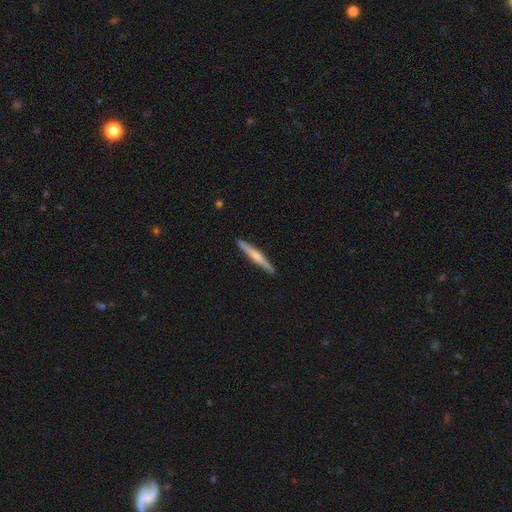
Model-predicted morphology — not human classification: smooth_or_featured: featured or disk (p=0.54) [alt: smooth p=0.41]
disk_edge_on: yes (p=0.98) [alt: no p=0.02]
edge_on_bulge: rounded (p=0.57) [alt: none p=0.28]
merging: none (p=0.91) [alt: minor disturbance p=0.06]